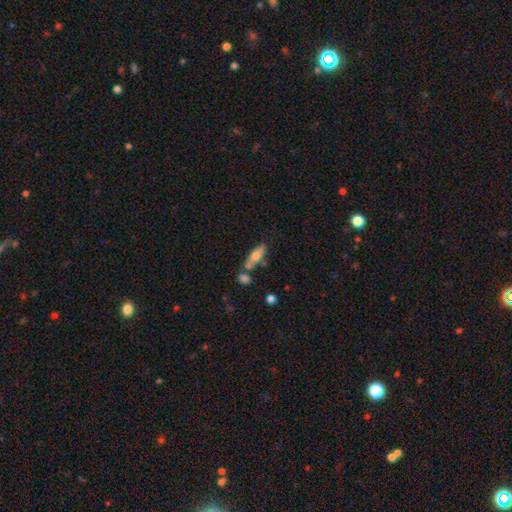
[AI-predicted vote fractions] A smooth galaxy with no disk features (65%) that is in between round and cigar-shaped (56%). Merging: none (57%).